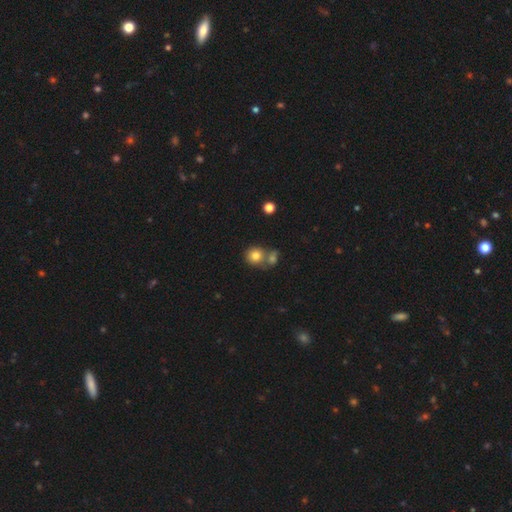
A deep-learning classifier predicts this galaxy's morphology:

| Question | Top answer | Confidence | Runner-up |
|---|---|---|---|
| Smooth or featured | smooth | 80% | star or artifact (11%) |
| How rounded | round | 84% | in between (15%) |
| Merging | none | 52% | merger (37%) |